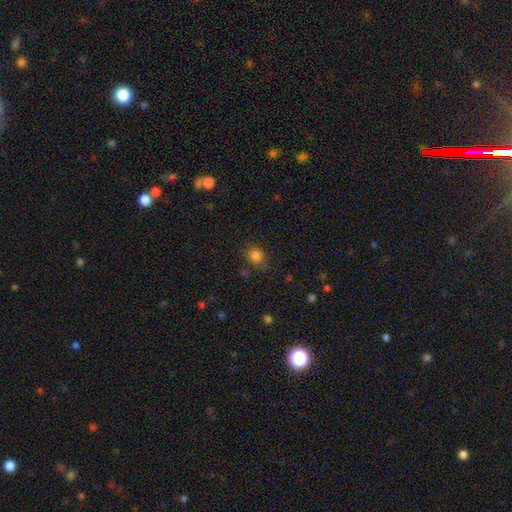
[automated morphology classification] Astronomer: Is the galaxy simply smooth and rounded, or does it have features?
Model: smooth — 79%.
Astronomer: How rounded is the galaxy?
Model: round — 80%.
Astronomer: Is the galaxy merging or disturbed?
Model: none — 73%.